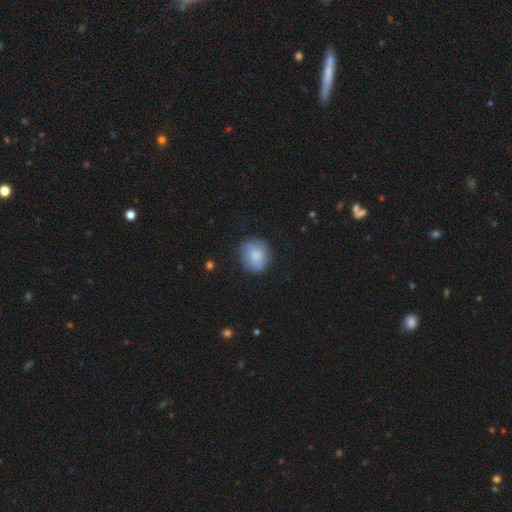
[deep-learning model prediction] smooth_or_featured: smooth (p=0.76) [alt: featured or disk p=0.17]
how_rounded: round (p=0.75) [alt: in between p=0.24]
merging: none (p=0.71) [alt: minor disturbance p=0.22]